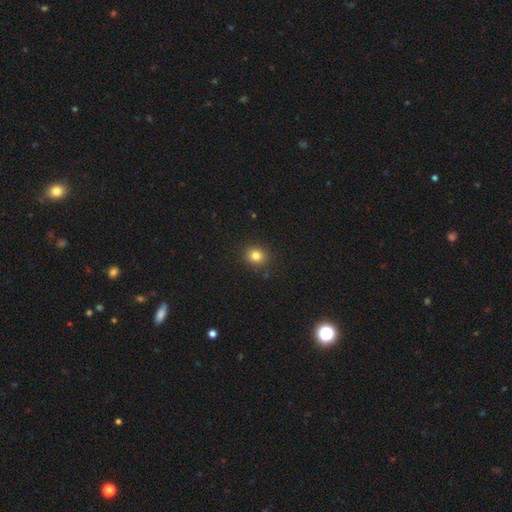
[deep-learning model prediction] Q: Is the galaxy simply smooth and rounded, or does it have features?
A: smooth — 81%.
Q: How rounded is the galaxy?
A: round — 80%.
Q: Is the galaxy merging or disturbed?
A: none — 90%.